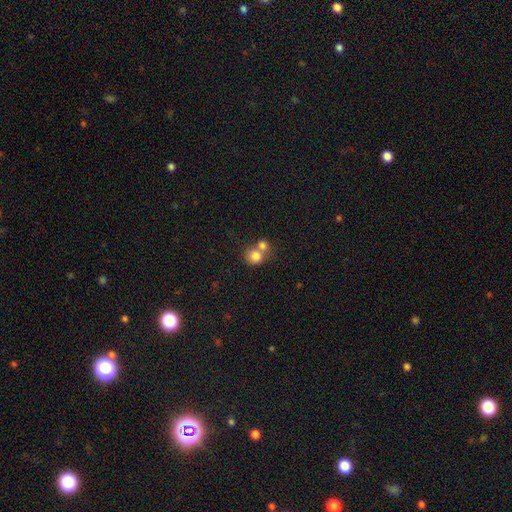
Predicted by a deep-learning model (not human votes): A smooth galaxy with no disk features (79%) that is round (81%).

Vote fractions:
- Smooth or featured? smooth: 79% / featured or disk: 11% / star or artifact: 10%
- How rounded? round: 81% / in between: 18% / cigar-shaped: 1%
- Merging? merger: 56% / none: 35% / minor disturbance: 6% / major disturbance: 3%